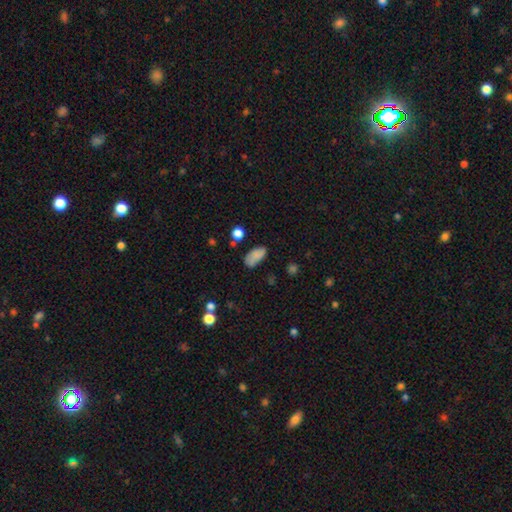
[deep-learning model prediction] Smooth or featured: smooth — 82% (star or artifact — 9%)
How rounded: in between — 91% (cigar-shaped — 4%)
Merging: none — 62% (minor disturbance — 25%)